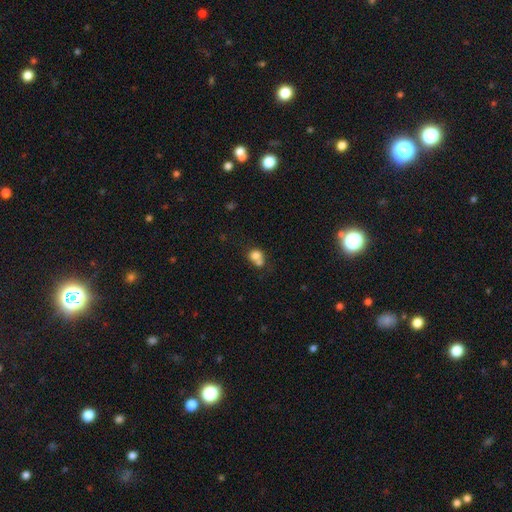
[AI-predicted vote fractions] The model was most divided on "merging": merger: 52%, none: 34%, minor disturbance: 9%, major disturbance: 4%. More confident: smooth or featured — smooth (76%); how rounded — round (73%).